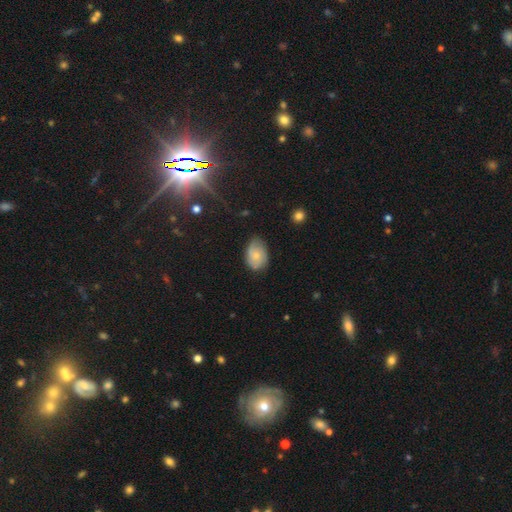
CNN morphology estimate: Smooth or featured: smooth — 68% (featured or disk — 24%)
How rounded: in between — 81% (round — 18%)
Merging: none — 64% (minor disturbance — 29%)